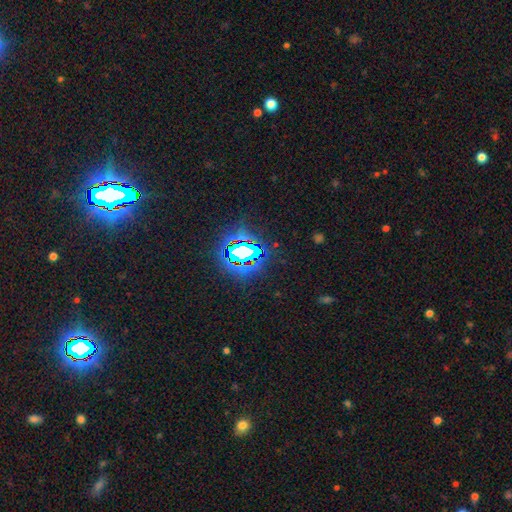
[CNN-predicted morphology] star or artifact 83%, smooth 10%, featured or disk 7%.